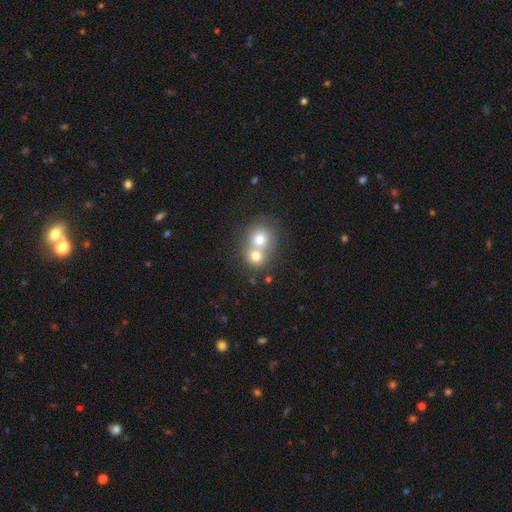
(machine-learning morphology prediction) Overall: smooth (69%). How rounded: round (76%). Merging: merger (68%).